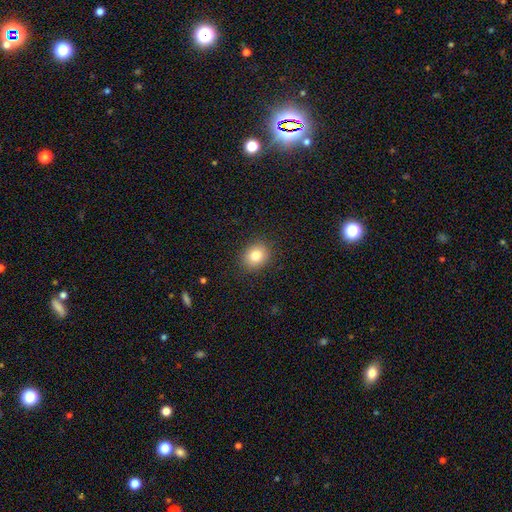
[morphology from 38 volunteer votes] Smooth or featured?
  - smooth: 87% *
  - star or artifact: 8%
  - featured or disk: 5%
How rounded?
  - round: 61% *
  - in between: 39%
  - cigar-shaped: 0%
Merging?
  - none: 97% *
  - minor disturbance: 3%
  - major disturbance: 0%
  - merger: 0%